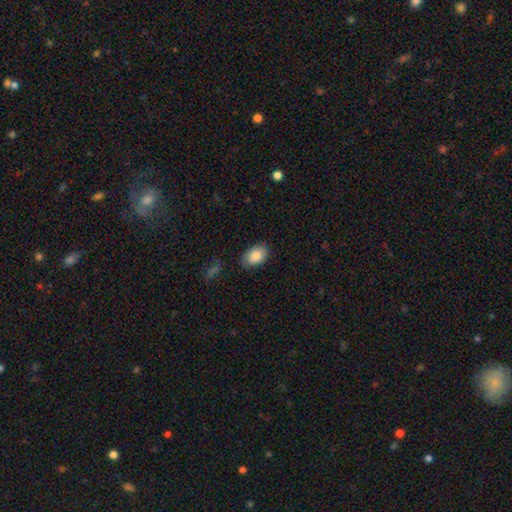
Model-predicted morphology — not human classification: Overall: smooth (85%). How rounded: in between (88%). Merging: none (80%).